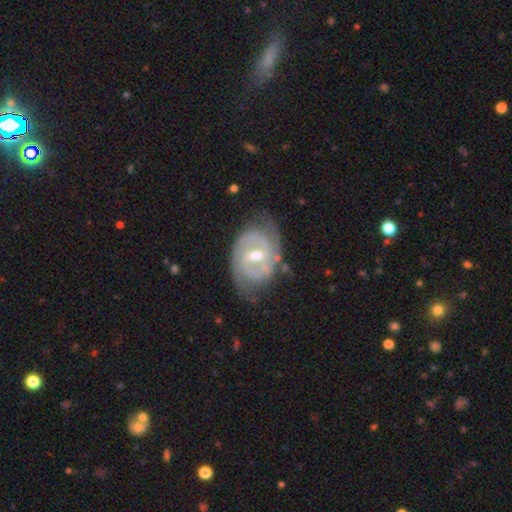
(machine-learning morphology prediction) type=featured or disk (87%); edge-on=no (97%); bar=weak (57%); spiral arms=yes (94%); winding=tight (52%); arm count=2 (79%); bulge=moderate (65%); merging=none (70%).